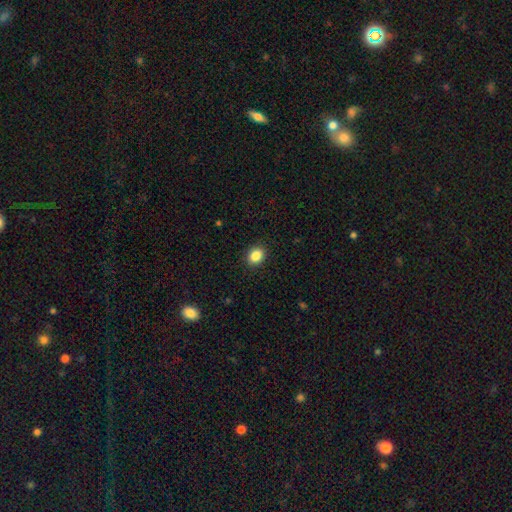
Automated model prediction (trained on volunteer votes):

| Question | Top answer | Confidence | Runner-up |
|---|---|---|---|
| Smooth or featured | smooth | 87% | star or artifact (9%) |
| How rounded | in between | 52% | round (47%) |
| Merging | none | 90% | minor disturbance (7%) |